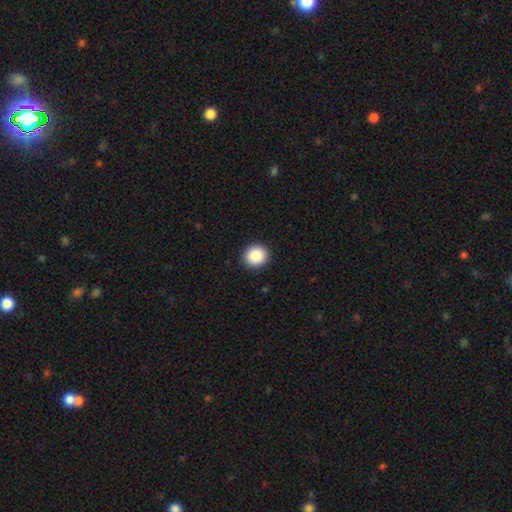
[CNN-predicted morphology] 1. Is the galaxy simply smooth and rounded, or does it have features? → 88% smooth, 9% star or artifact, 3% featured or disk.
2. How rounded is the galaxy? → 88% round, 11% in between, 1% cigar-shaped.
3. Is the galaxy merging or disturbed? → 93% none, 5% minor disturbance, 2% major disturbance, 1% merger.